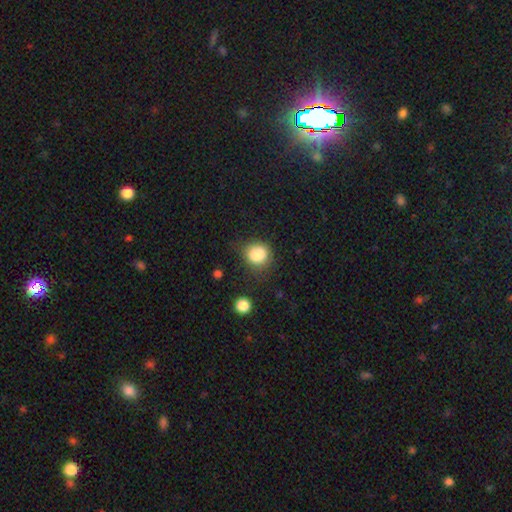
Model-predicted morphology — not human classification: A smooth galaxy with no disk features (81%) that is round (64%).

Vote fractions:
- Smooth or featured? smooth: 81% / star or artifact: 11% / featured or disk: 8%
- How rounded? round: 64% / in between: 35% / cigar-shaped: 1%
- Merging? none: 61% / minor disturbance: 22% / merger: 9% / major disturbance: 8%